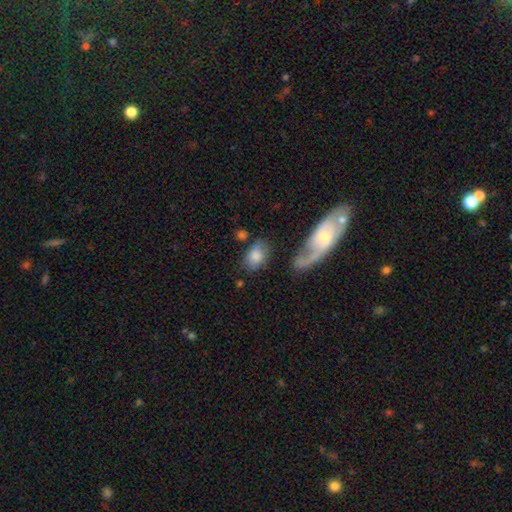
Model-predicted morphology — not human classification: The model was most divided on "merging": none: 61%, minor disturbance: 18%, merger: 11%, major disturbance: 10%. More confident: how rounded — in between (83%); smooth or featured — smooth (73%).